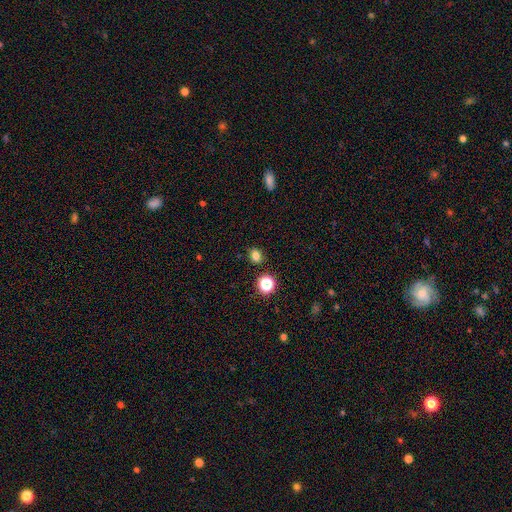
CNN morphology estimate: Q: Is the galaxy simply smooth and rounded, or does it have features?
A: smooth — 77%.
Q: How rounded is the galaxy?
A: round — 58%.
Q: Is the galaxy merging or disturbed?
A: none — 84%.